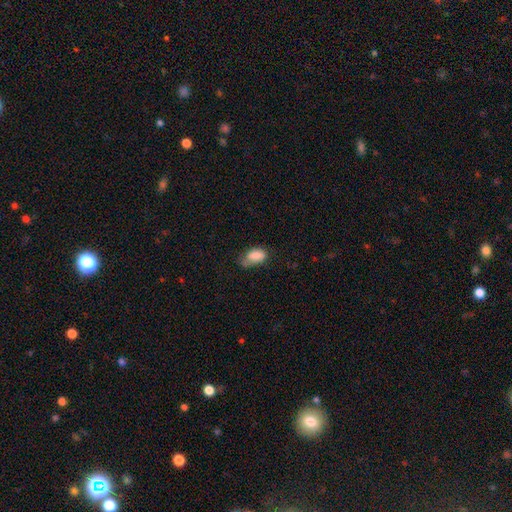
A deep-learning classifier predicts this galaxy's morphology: Smooth or featured?
  - smooth: 83% *
  - featured or disk: 9%
  - star or artifact: 8%
How rounded?
  - in between: 91% *
  - round: 7%
  - cigar-shaped: 2%
Merging?
  - none: 43% *
  - minor disturbance: 39%
  - major disturbance: 13%
  - merger: 4%